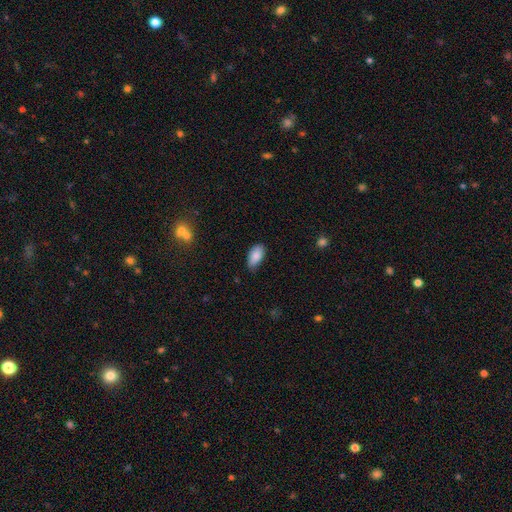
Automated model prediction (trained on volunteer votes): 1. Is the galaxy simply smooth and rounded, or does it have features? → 87% smooth, 7% star or artifact, 6% featured or disk.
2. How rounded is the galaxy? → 93% in between, 4% cigar-shaped, 3% round.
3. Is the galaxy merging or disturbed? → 75% none, 21% minor disturbance, 3% major disturbance, 1% merger.